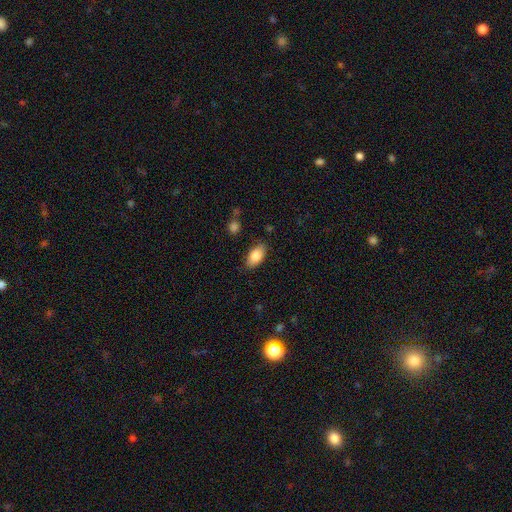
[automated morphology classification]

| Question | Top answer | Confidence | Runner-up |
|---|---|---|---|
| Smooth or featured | smooth | 84% | featured or disk (9%) |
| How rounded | in between | 92% | cigar-shaped (4%) |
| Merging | none | 83% | minor disturbance (12%) |